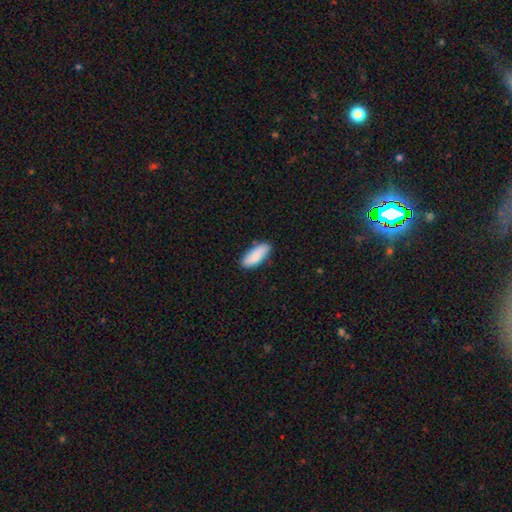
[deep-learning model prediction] This appears to be a smooth galaxy with no disk features (84%) that is in between round and cigar-shaped (79%). Merging: none (83%).